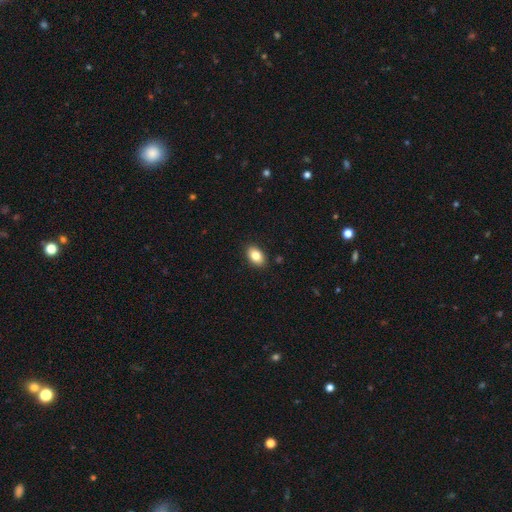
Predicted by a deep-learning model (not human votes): This appears to be a smooth galaxy with no disk features (84%) that is in between round and cigar-shaped (88%). Merging: none (89%).